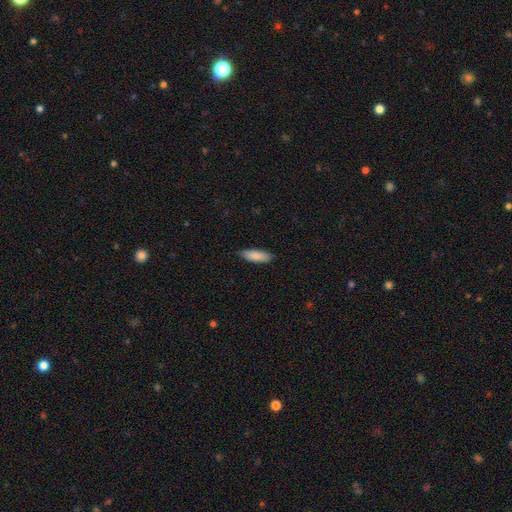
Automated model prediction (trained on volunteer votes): Smooth or featured: smooth — 88% (featured or disk — 7%)
How rounded: in between — 61% (cigar-shaped — 38%)
Merging: none — 85% (minor disturbance — 12%)